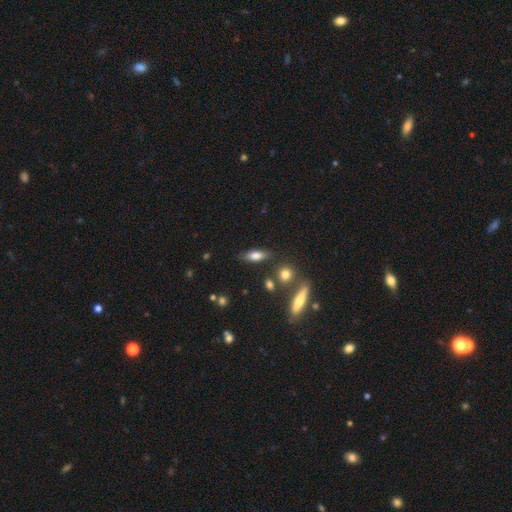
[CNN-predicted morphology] Smooth or featured: smooth — 73% (featured or disk — 17%)
How rounded: in between — 66% (cigar-shaped — 29%)
Merging: none — 77% (minor disturbance — 14%)